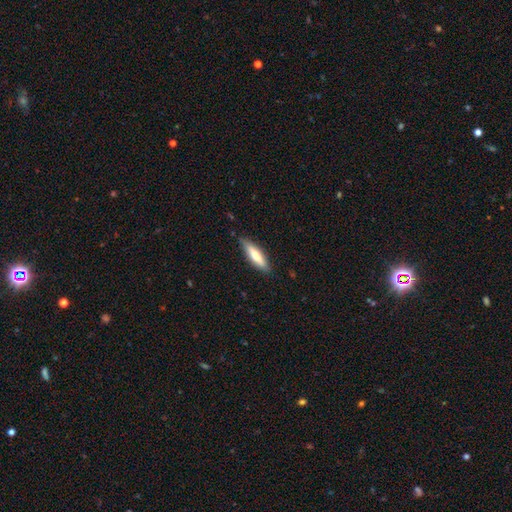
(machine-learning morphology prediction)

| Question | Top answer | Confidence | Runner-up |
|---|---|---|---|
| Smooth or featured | smooth | 72% | featured or disk (23%) |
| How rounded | cigar-shaped | 66% | in between (33%) |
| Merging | none | 82% | minor disturbance (14%) |